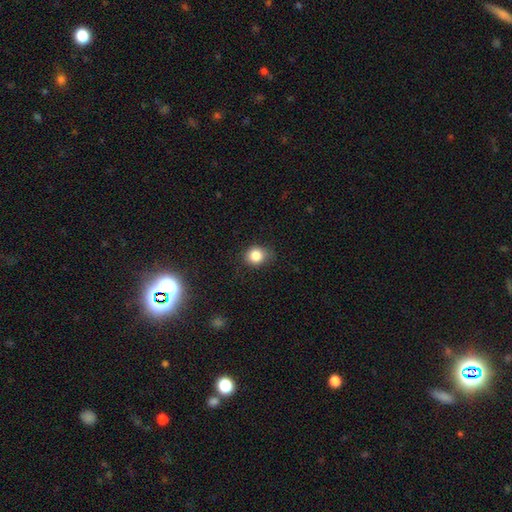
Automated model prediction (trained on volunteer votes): Smooth or featured: smooth — 84% (star or artifact — 11%)
How rounded: round — 73% (in between — 26%)
Merging: none — 79% (minor disturbance — 16%)